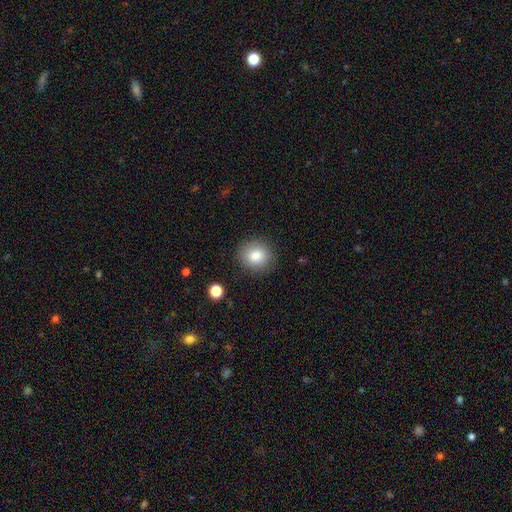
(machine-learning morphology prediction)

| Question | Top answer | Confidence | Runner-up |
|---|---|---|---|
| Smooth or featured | smooth | 83% | star or artifact (9%) |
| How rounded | round | 81% | in between (18%) |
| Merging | none | 87% | minor disturbance (9%) |